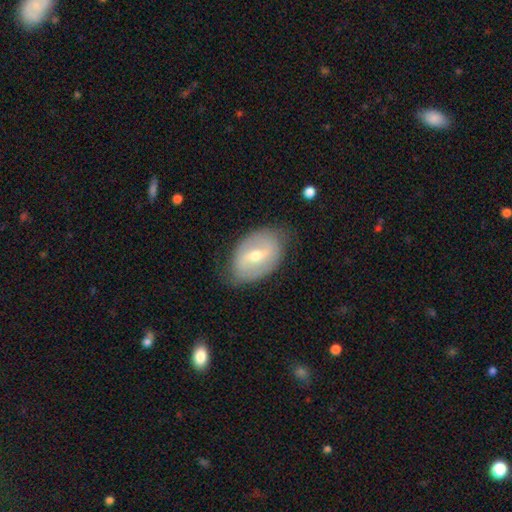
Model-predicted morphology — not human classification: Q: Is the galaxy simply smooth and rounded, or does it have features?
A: featured or disk — 59%.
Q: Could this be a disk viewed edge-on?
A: no — 93%.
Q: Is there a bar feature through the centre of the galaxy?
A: weak — 45%.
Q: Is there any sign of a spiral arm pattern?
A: no — 53%.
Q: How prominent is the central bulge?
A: moderate — 61%.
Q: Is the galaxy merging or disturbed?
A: none — 75%.